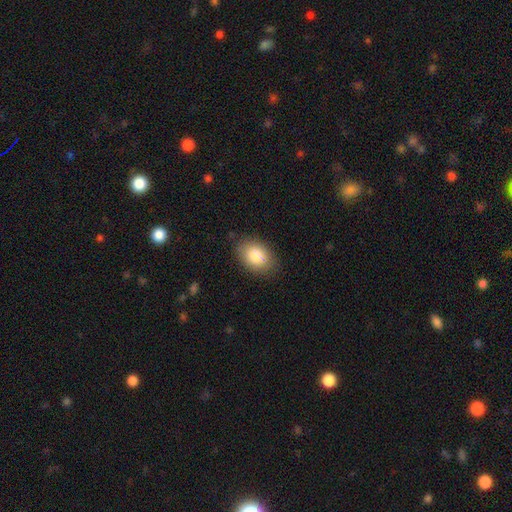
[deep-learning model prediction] This appears to be a smooth galaxy with no disk features (85%) that is in between round and cigar-shaped (84%). Merging: none (80%).